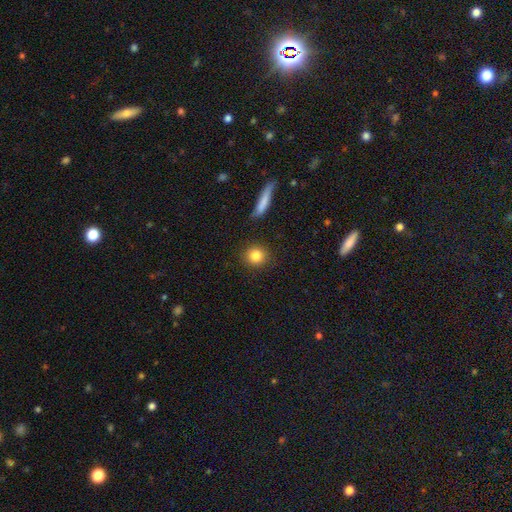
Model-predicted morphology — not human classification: Smooth or featured? Predicted: smooth (p=0.84). How rounded? Predicted: round (p=0.90). Merging? Predicted: none (p=0.89).